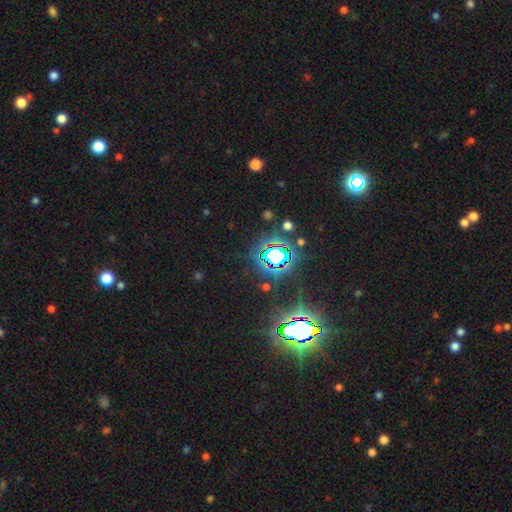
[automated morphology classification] The model was most divided on "smooth or featured": star or artifact: 84%, smooth: 10%, featured or disk: 7%.